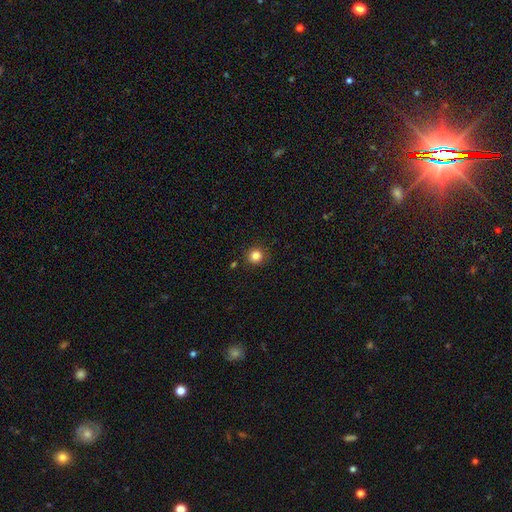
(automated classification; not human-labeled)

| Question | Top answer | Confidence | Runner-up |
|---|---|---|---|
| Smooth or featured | smooth | 84% | star or artifact (12%) |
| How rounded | round | 93% | in between (6%) |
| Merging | none | 89% | minor disturbance (7%) |